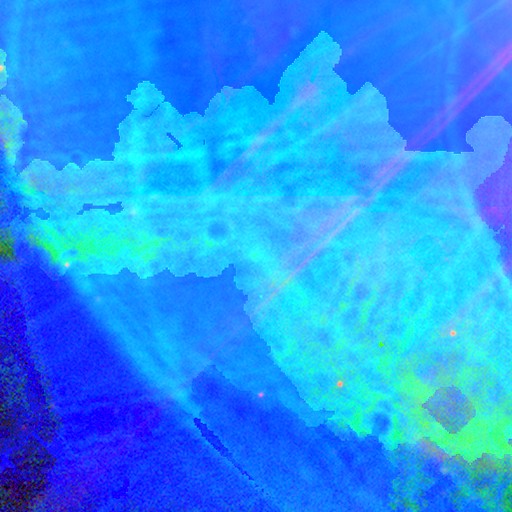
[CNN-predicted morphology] A star or artifact, not a galaxy (83%).

Vote fractions:
- Smooth or featured? star or artifact: 83% / featured or disk: 10% / smooth: 7%